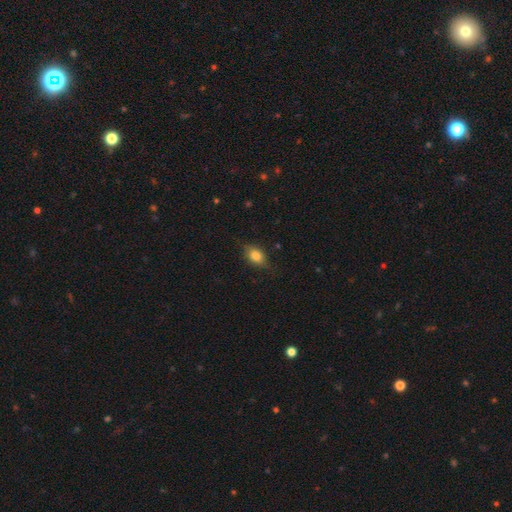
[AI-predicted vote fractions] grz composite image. It shows a smooth galaxy with no disk features (79%) that is in between round and cigar-shaped (74%). Merging: none (73%).